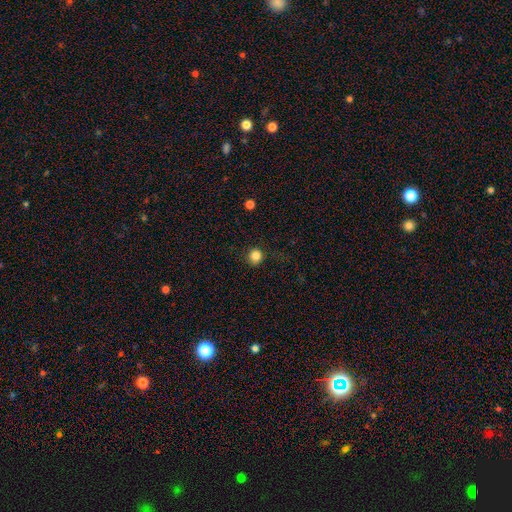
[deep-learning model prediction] Overall: smooth (84%). How rounded: round (88%). Merging: none (84%).